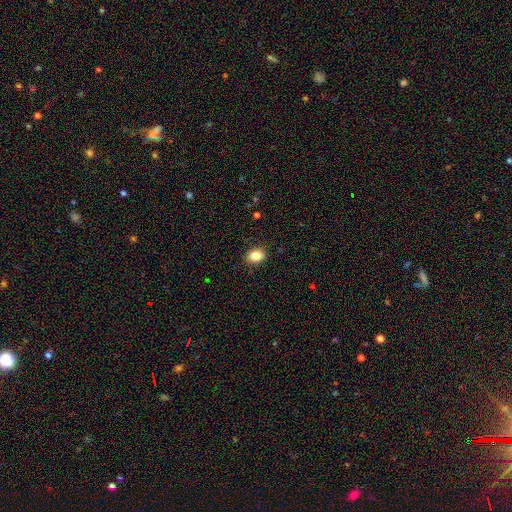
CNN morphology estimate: The model was most divided on "how rounded": in between: 72%, round: 27%, cigar-shaped: 1%. More confident: merging — none (88%); smooth or featured — smooth (85%).